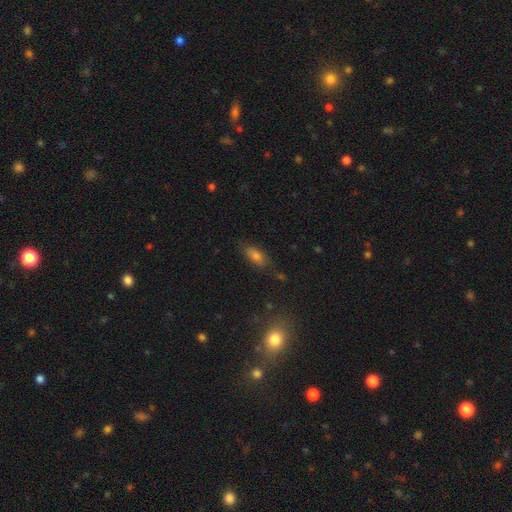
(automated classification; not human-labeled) This appears to be a smooth galaxy with no disk features (66%) that is in between round and cigar-shaped (79%). Merging: none (74%).